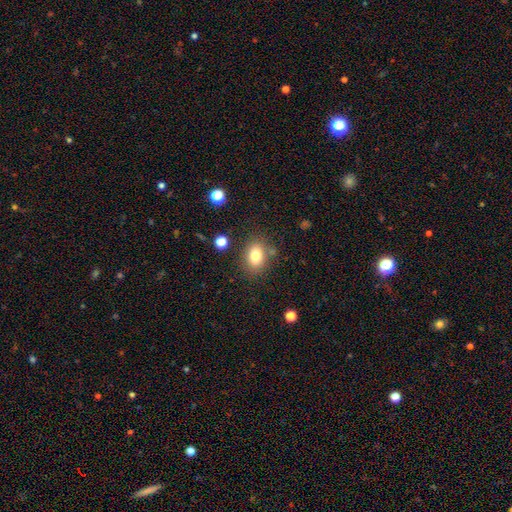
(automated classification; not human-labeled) Smooth or featured: smooth — 80% (star or artifact — 10%)
How rounded: in between — 74% (round — 24%)
Merging: none — 76% (minor disturbance — 13%)